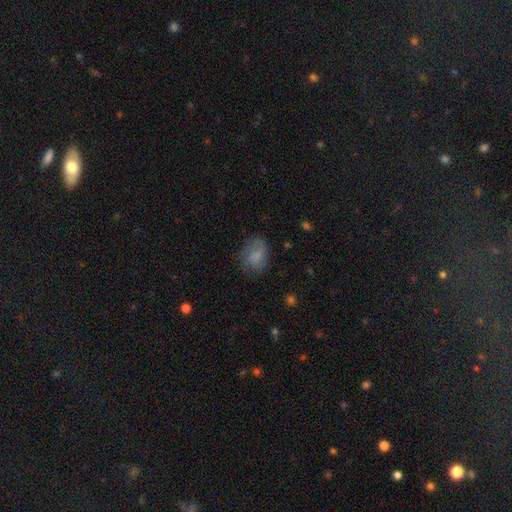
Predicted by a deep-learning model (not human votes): Smooth or featured?
  - smooth: 76% *
  - featured or disk: 15%
  - star or artifact: 9%
How rounded?
  - in between: 69% *
  - round: 30%
  - cigar-shaped: 1%
Merging?
  - none: 62% *
  - minor disturbance: 25%
  - major disturbance: 12%
  - merger: 2%